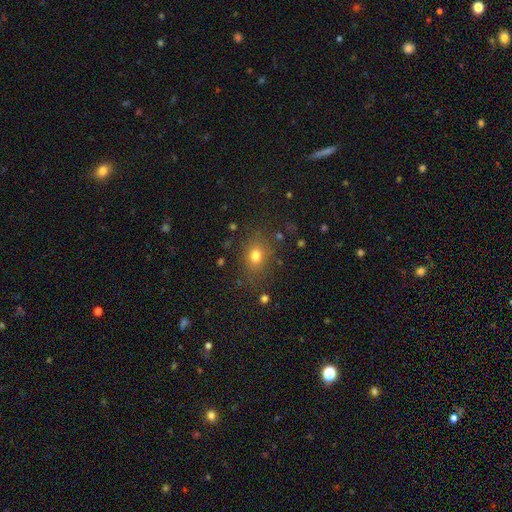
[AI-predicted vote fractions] This appears to be a smooth galaxy with no disk features (75%) that is round (50%). Merging: none (80%).